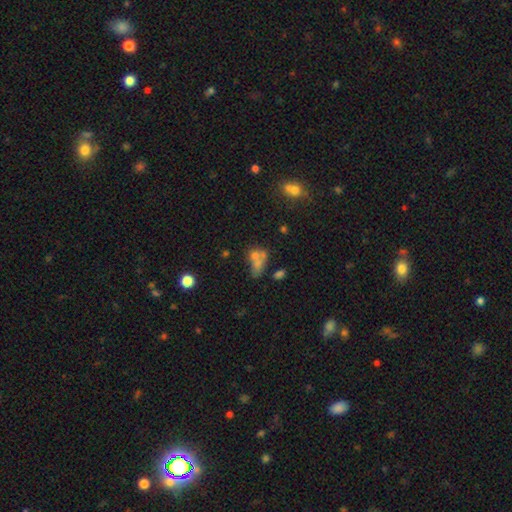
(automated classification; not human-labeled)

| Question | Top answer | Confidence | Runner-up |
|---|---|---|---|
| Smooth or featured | smooth | 59% | featured or disk (21%) |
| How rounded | in between | 56% | round (39%) |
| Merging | merger | 50% | none (29%) |